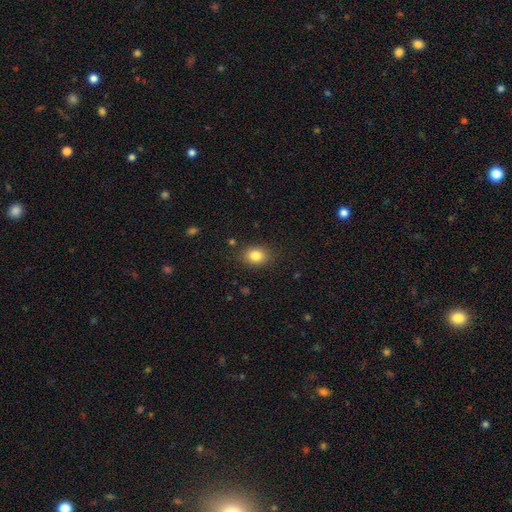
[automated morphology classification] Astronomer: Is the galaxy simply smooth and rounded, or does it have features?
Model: smooth — 83%.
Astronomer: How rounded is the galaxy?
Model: in between — 53% (runner-up: round, 46%).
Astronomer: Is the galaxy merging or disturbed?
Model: none — 85%.